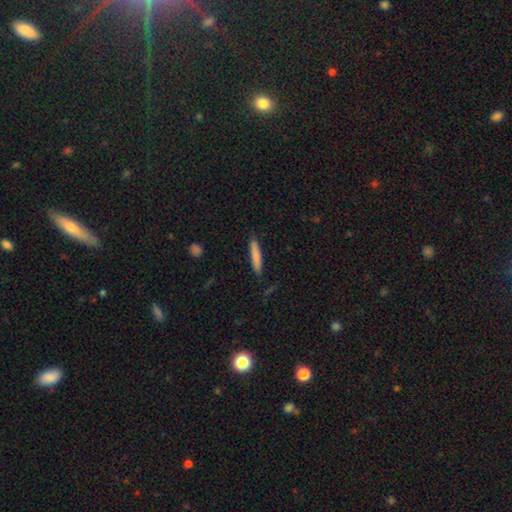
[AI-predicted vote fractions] A smooth galaxy with no disk features (80%) that is cigar-shaped (92%). Merging: none (86%).